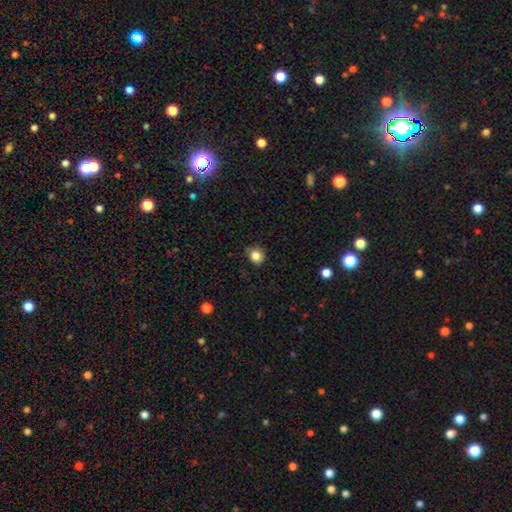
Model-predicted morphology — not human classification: smooth 84%, star or artifact 11%, featured or disk 5%. Down the decision tree: how rounded — round (83%); merging — none (81%).